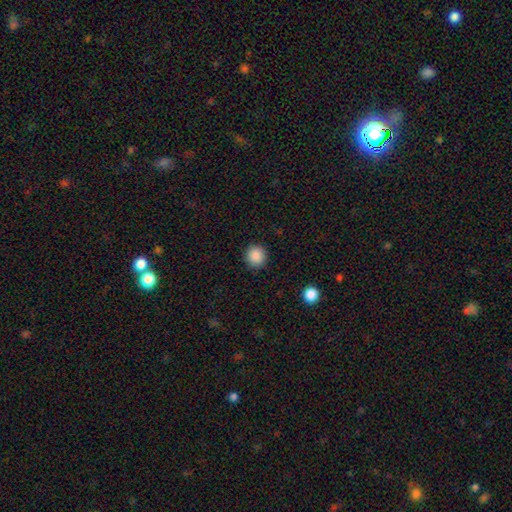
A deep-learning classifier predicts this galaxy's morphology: Smooth or featured: smooth — 88% (star or artifact — 9%)
How rounded: round — 93% (in between — 6%)
Merging: none — 91% (minor disturbance — 6%)